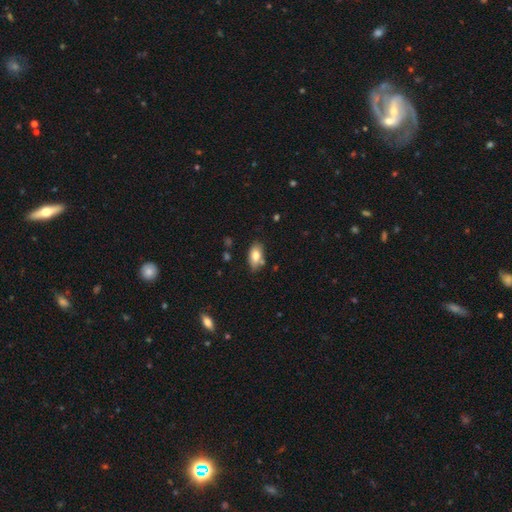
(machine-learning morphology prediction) This is likely a smooth galaxy (79%). How rounded: clearly in between (91%). Merging: likely none (72%).